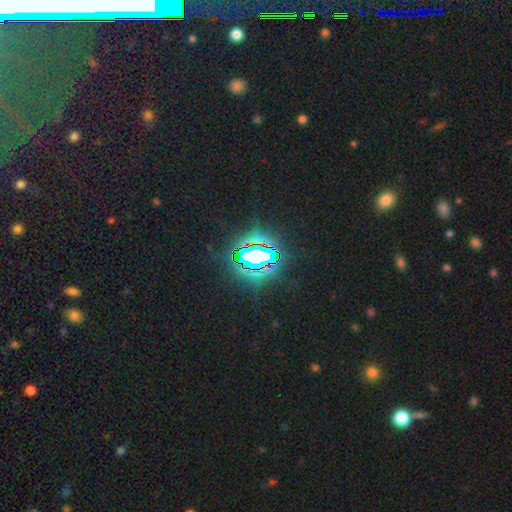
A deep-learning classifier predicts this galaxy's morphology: type=star or artifact (77%).